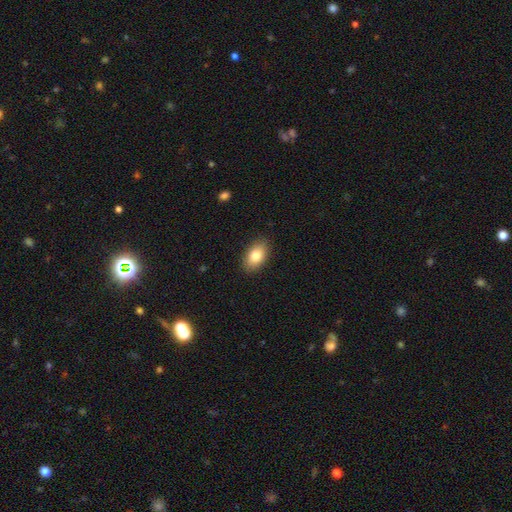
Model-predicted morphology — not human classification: Smooth or featured? smooth (84%)
How rounded? in between (92%)
Merging? none (88%)